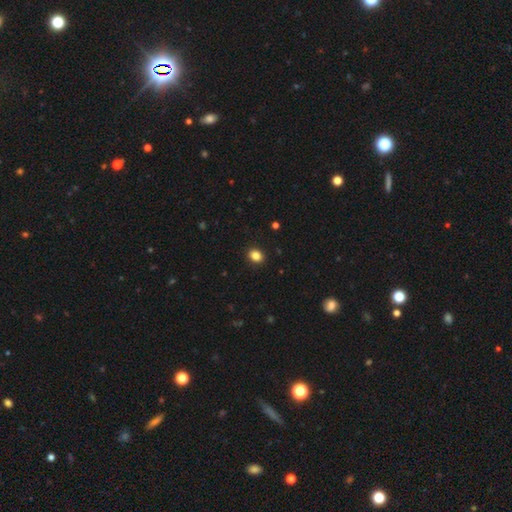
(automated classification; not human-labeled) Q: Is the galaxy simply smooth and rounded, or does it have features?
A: smooth — 86%.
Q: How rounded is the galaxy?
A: in between — 50%.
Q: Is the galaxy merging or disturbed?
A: none — 91%.